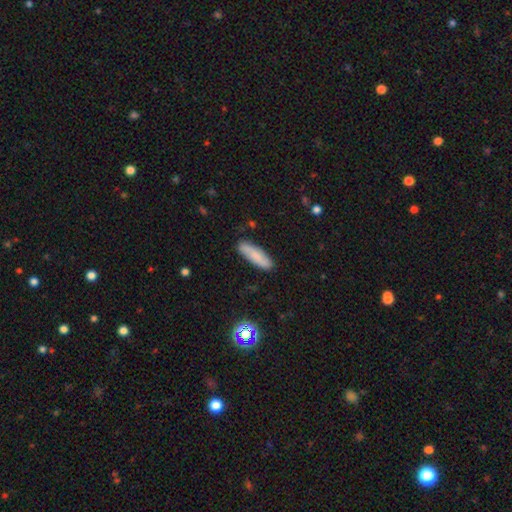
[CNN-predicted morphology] Overall: smooth (77%). How rounded: cigar-shaped (59%; in between 39%). Merging: none (85%).